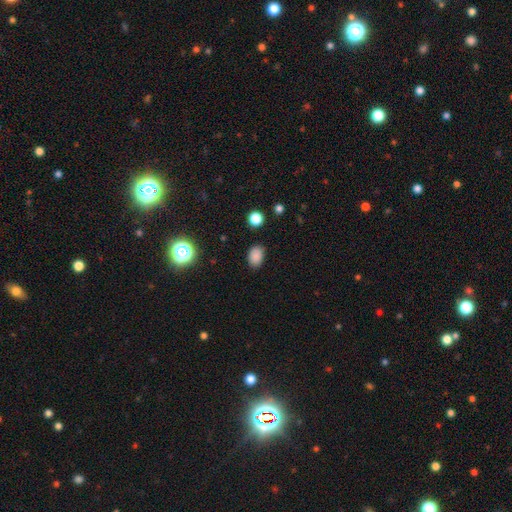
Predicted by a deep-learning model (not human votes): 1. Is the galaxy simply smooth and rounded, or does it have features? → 84% smooth, 12% star or artifact, 4% featured or disk.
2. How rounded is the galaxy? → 78% in between, 21% round, 1% cigar-shaped.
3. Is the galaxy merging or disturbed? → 84% none, 12% minor disturbance, 3% major disturbance, 1% merger.